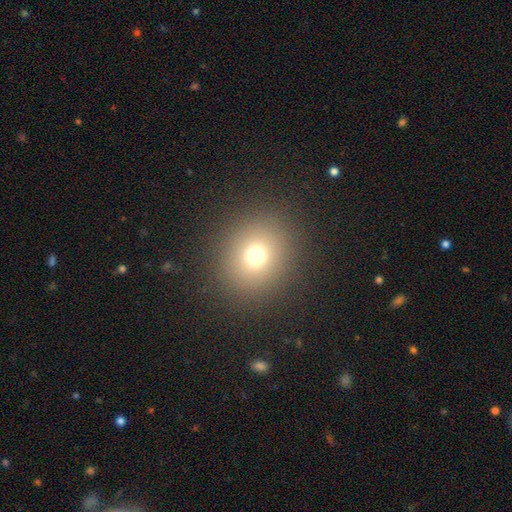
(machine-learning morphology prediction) smooth 72%, star or artifact 19%, featured or disk 9%. Down the decision tree: how rounded — round (82%); merging — none (89%).